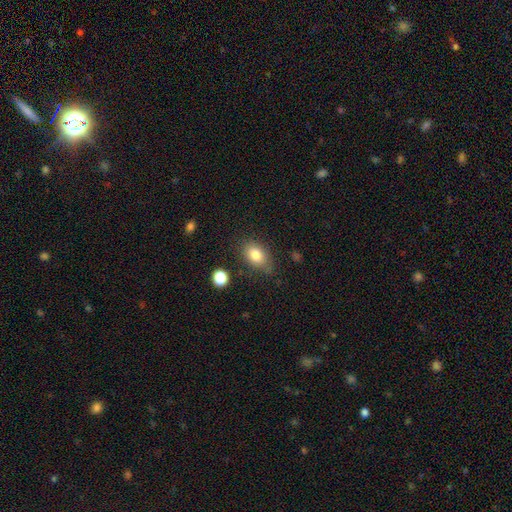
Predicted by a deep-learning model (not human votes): Smooth or featured?
  - smooth: 82% *
  - featured or disk: 9%
  - star or artifact: 9%
How rounded?
  - in between: 81% *
  - round: 17%
  - cigar-shaped: 2%
Merging?
  - none: 73% *
  - minor disturbance: 19%
  - major disturbance: 5%
  - merger: 3%